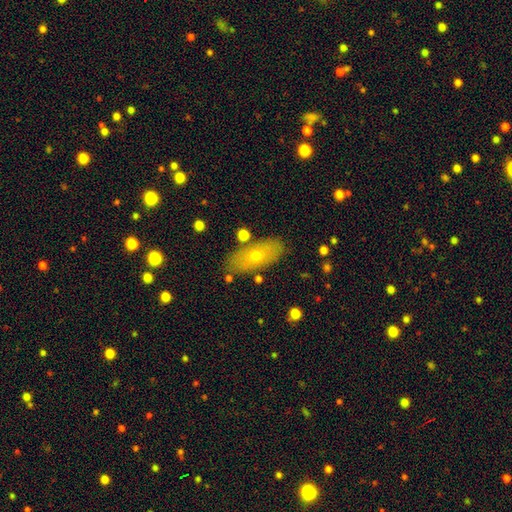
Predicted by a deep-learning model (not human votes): smooth_or_featured: smooth (p=0.60) [alt: featured or disk p=0.31]
how_rounded: in between (p=0.81) [alt: cigar-shaped p=0.14]
merging: none (p=0.82) [alt: minor disturbance p=0.11]